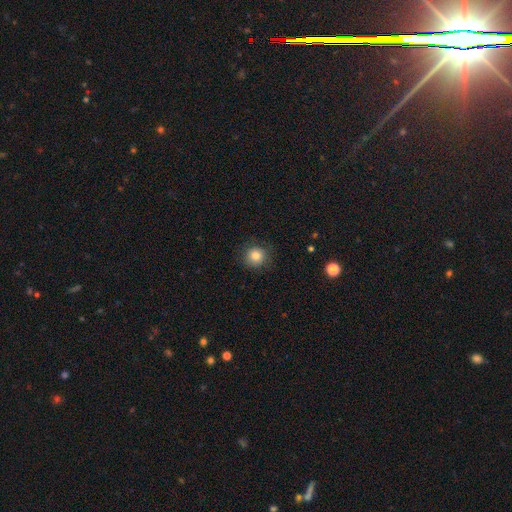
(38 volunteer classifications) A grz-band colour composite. It shows a smooth galaxy with no disk features (79%) that is round (97%). Merging: none (82%).